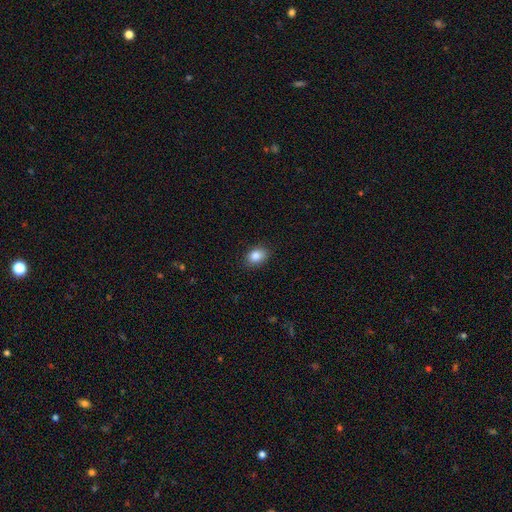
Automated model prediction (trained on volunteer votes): A smooth galaxy with no disk features (87%) that is in between round and cigar-shaped (76%). Merging: none (86%).